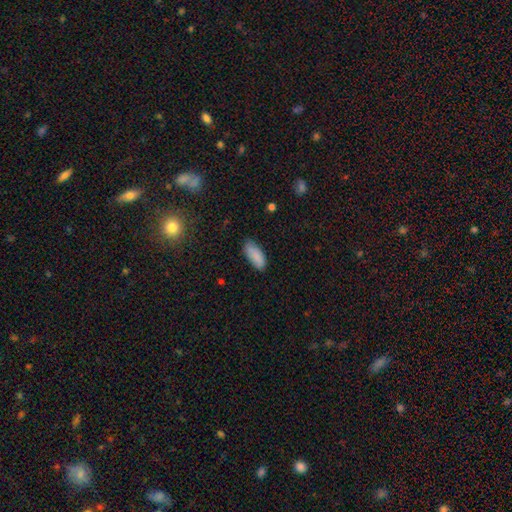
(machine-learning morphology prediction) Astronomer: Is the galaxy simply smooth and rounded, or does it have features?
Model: smooth — 87%.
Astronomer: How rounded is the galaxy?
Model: in between — 84%.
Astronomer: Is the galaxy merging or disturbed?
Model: none — 77%.